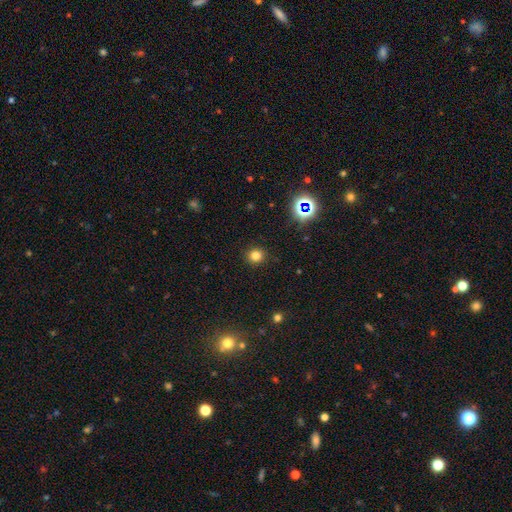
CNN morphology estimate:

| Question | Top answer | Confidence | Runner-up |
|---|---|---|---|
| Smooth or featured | smooth | 78% | star or artifact (17%) |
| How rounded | round | 87% | in between (12%) |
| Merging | none | 91% | minor disturbance (6%) |